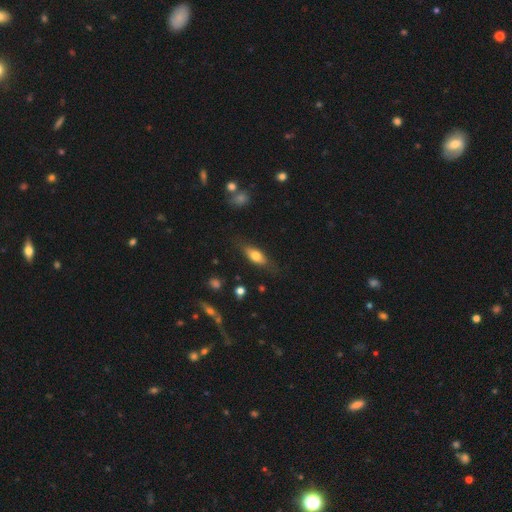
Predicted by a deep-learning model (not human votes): smooth_or_featured: smooth (p=0.70) [alt: featured or disk p=0.23]
how_rounded: in between (p=0.74) [alt: cigar-shaped p=0.22]
merging: none (p=0.74) [alt: minor disturbance p=0.19]